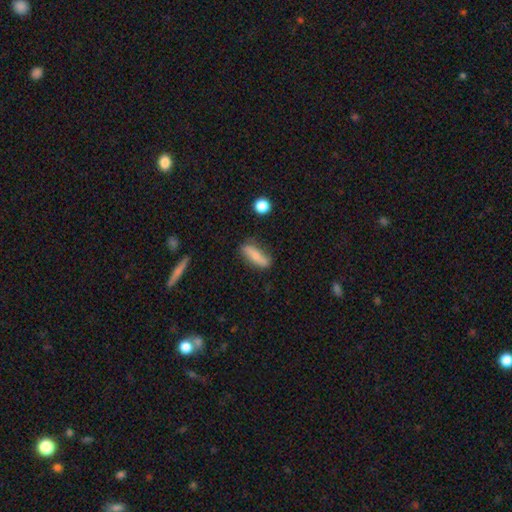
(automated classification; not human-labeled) smooth 70%, featured or disk 23%, star or artifact 7%. Down the decision tree: how rounded — cigar-shaped (49%); merging — none (72%).